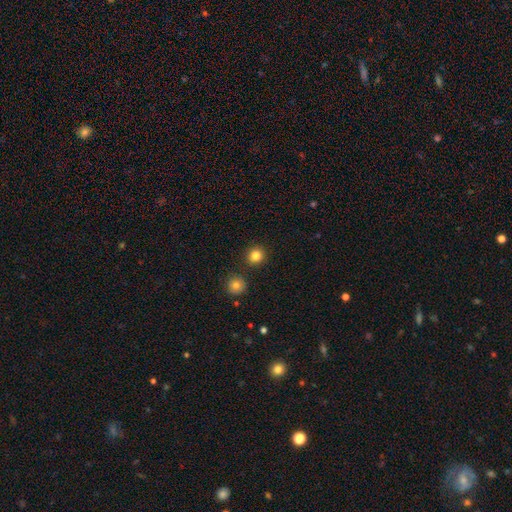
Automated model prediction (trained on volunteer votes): A smooth galaxy with no disk features (83%) that is round (92%).

Vote fractions:
- Smooth or featured? smooth: 83% / star or artifact: 12% / featured or disk: 5%
- How rounded? round: 92% / in between: 7% / cigar-shaped: 1%
- Merging? none: 89% / minor disturbance: 6% / merger: 4% / major disturbance: 2%